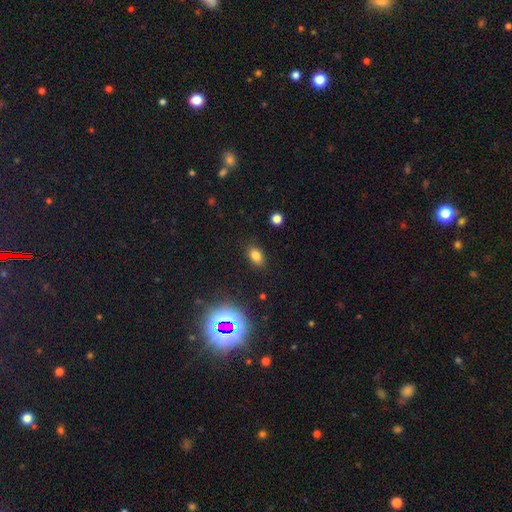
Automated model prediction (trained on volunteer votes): Smooth or featured? smooth (78%)
How rounded? in between (83%)
Merging? none (86%)